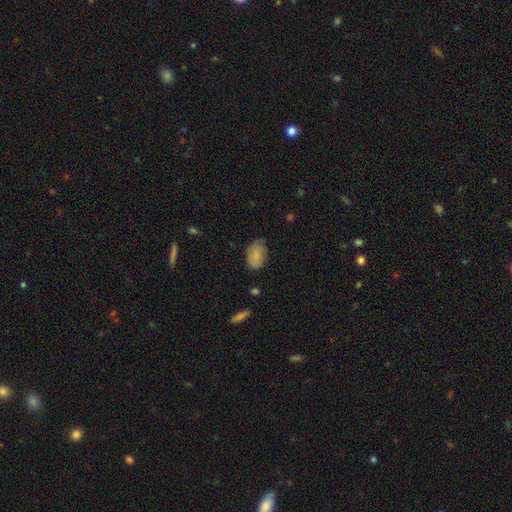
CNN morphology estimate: The model was most divided on "merging": none: 66%, minor disturbance: 27%, major disturbance: 6%, merger: 2%. More confident: how rounded — in between (88%); smooth or featured — smooth (82%).